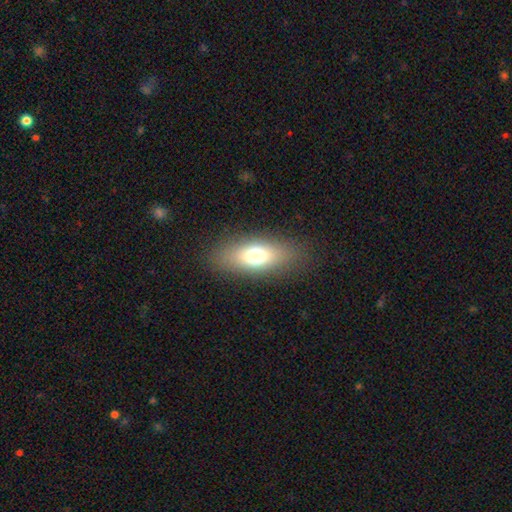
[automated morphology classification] smooth-or-featured: smooth: 70% | featured or disk: 19% | star or artifact: 11%
  how-rounded: in between: 77% | cigar-shaped: 16% | round: 7%
  merging: none: 84% | minor disturbance: 10% | major disturbance: 5% | merger: 1%